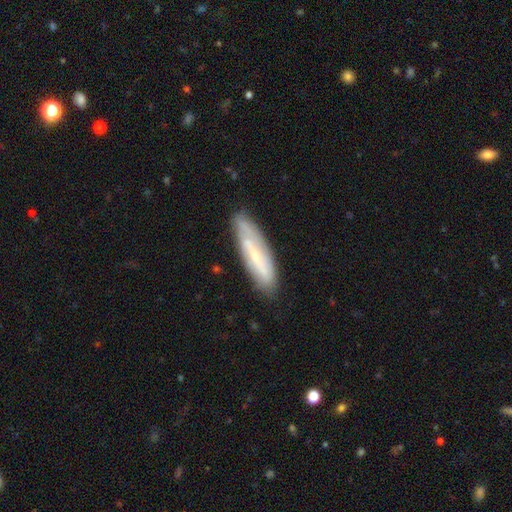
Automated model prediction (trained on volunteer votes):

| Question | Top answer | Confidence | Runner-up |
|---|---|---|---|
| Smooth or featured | featured or disk | 54% | smooth (39%) |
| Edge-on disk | no | 61% | yes (39%) |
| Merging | none | 78% | minor disturbance (16%) |